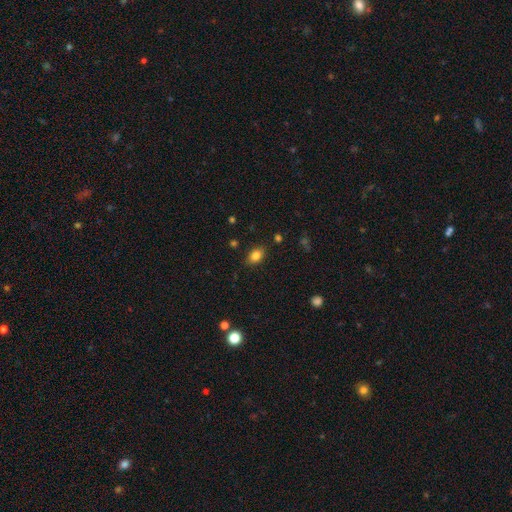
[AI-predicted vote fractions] smooth_or_featured: smooth (p=0.82) [alt: star or artifact p=0.11]
how_rounded: in between (p=0.78) [alt: round p=0.21]
merging: none (p=0.85) [alt: minor disturbance p=0.11]